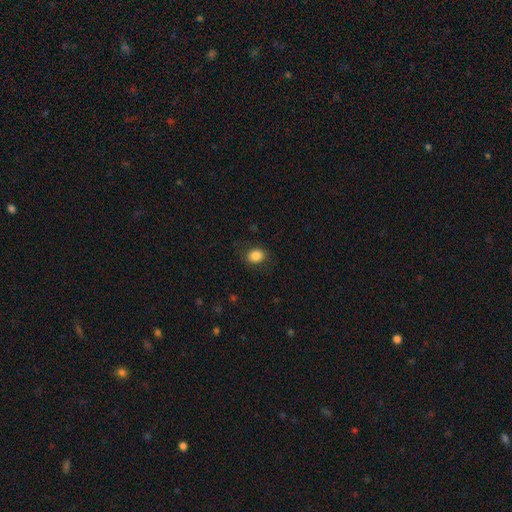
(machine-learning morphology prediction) Smooth or featured?
  - smooth: 86% *
  - star or artifact: 10%
  - featured or disk: 5%
How rounded?
  - round: 51% *
  - in between: 49%
  - cigar-shaped: 1%
Merging?
  - none: 84% *
  - minor disturbance: 12%
  - major disturbance: 4%
  - merger: 1%